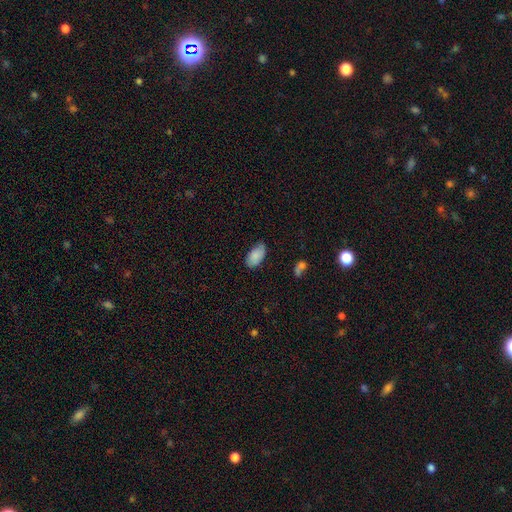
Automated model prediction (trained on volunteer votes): smooth 84%, featured or disk 9%, star or artifact 7%. Down the decision tree: how rounded — in between (95%); merging — none (70%).